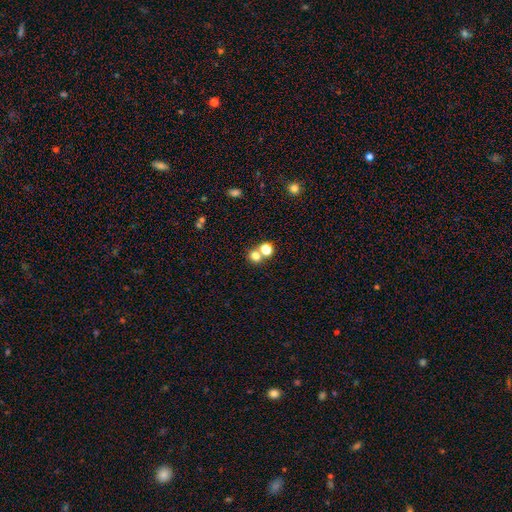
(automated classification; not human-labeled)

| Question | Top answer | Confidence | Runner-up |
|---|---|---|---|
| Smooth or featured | smooth | 75% | star or artifact (16%) |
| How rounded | round | 81% | in between (18%) |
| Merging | none | 52% | merger (38%) |